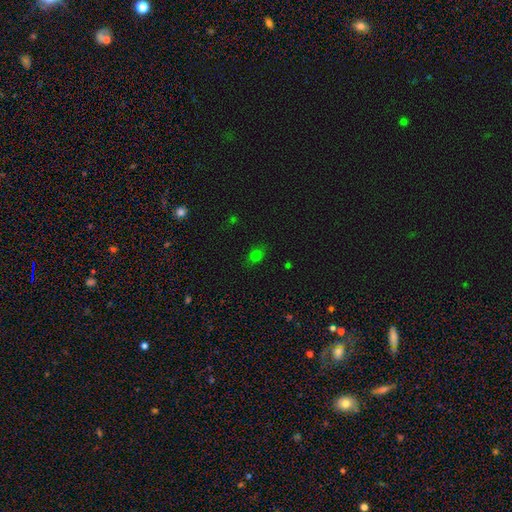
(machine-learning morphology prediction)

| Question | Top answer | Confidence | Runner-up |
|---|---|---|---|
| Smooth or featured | smooth | 73% | star or artifact (21%) |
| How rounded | in between | 50% | round (47%) |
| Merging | none | 79% | minor disturbance (15%) |